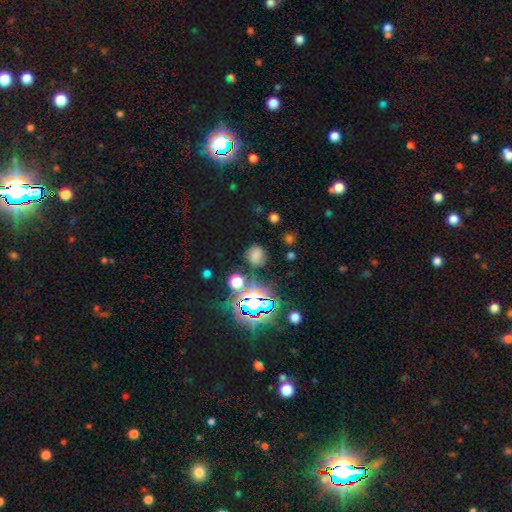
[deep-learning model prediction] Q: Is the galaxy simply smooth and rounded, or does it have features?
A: smooth — 61%.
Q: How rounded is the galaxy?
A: round — 78%.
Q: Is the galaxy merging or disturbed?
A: none — 74%.